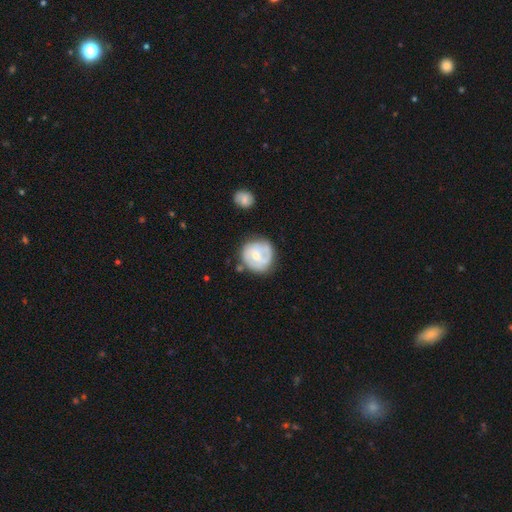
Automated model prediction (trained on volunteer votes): A featured or disk galaxy (61%) with no bar (57%), spiral arms (75%) and a small central bulge (52%).

Vote fractions:
- Smooth or featured? featured or disk: 61% / smooth: 33% / star or artifact: 6%
- Edge-on disk? no: 98% / yes: 2%
- Bar? no: 57% / weak: 36% / strong: 7%
- Spiral arms? yes: 75% / no: 25%
- Bulge size? small: 52% / moderate: 44% / none: 2% / large: 2% / dominant: 1%
- Merging? none: 65% / minor disturbance: 22% / major disturbance: 8% / merger: 5%